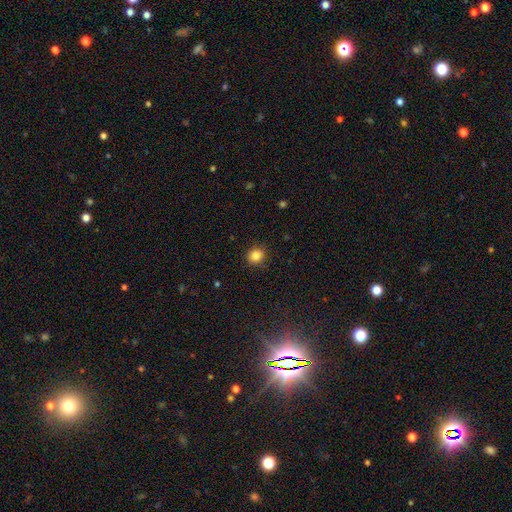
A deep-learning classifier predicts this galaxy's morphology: Smooth or featured: smooth — 85% (star or artifact — 11%)
How rounded: round — 80% (in between — 19%)
Merging: none — 89% (minor disturbance — 8%)